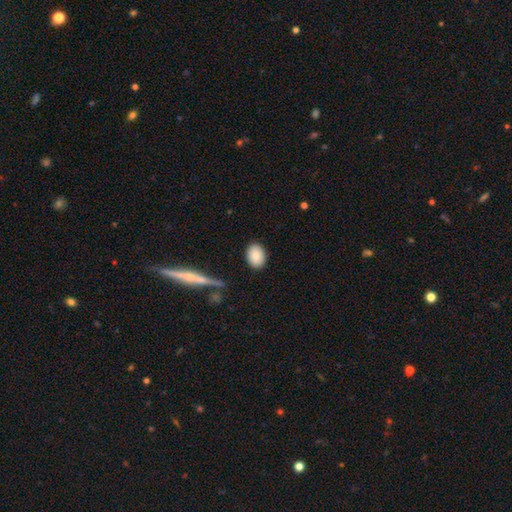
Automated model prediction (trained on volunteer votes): This appears to be a smooth galaxy with no disk features (88%) that is in between round and cigar-shaped (81%). Merging: none (88%).